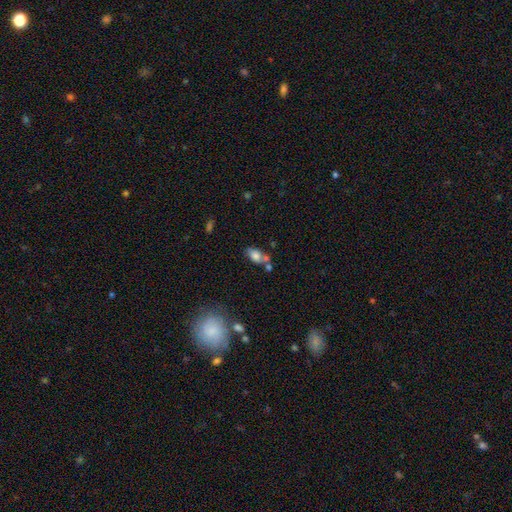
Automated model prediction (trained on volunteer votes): Overall: smooth (76%). How rounded: in between (89%). Merging: none (48%; merger 30%).